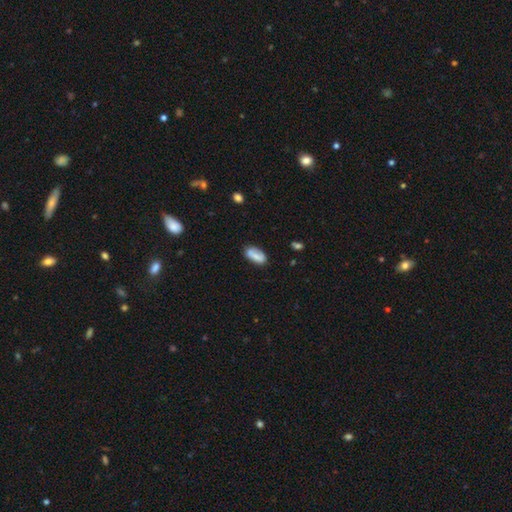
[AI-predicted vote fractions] A smooth galaxy with no disk features (74%) that is in between round and cigar-shaped (86%).

Vote fractions:
- Smooth or featured? smooth: 74% / featured or disk: 19% / star or artifact: 7%
- How rounded? in between: 86% / cigar-shaped: 11% / round: 3%
- Merging? none: 72% / minor disturbance: 17% / merger: 7% / major disturbance: 4%